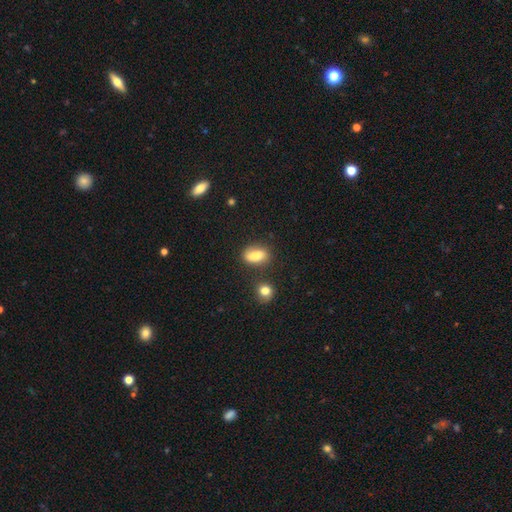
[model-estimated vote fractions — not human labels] smooth 77%, featured or disk 14%, star or artifact 9%. Down the decision tree: how rounded — in between (82%); merging — none (70%).